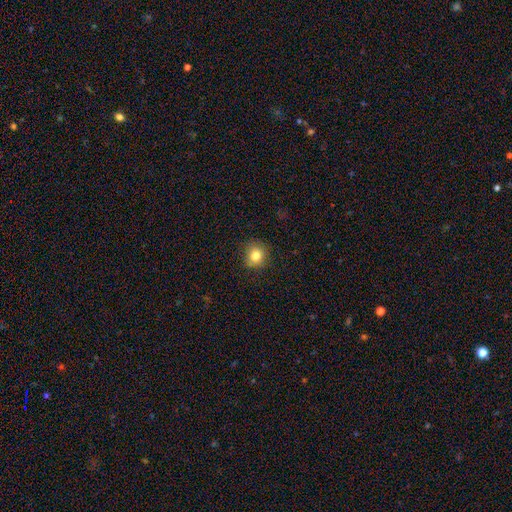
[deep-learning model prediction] Overall: smooth (82%). How rounded: round (87%). Merging: none (84%).